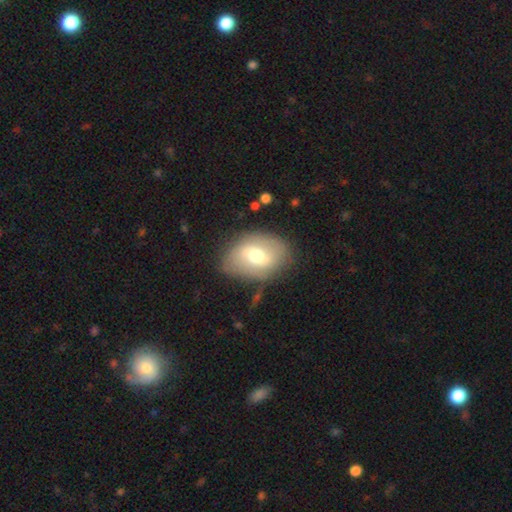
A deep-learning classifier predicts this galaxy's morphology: smooth 51%, featured or disk 42%, star or artifact 7%. Down the decision tree: how rounded — in between (77%); merging — none (72%).